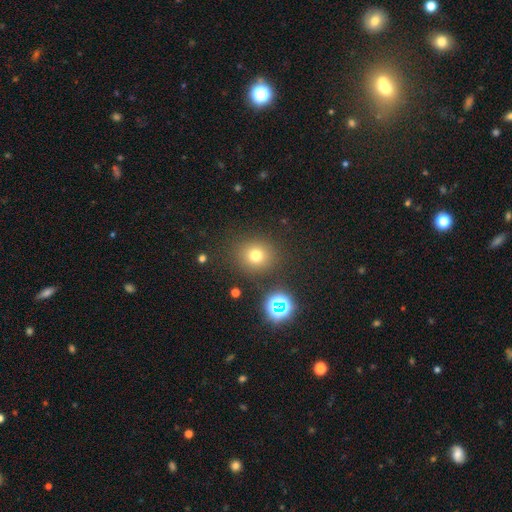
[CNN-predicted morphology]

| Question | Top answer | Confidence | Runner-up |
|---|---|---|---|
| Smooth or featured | smooth | 73% | star or artifact (19%) |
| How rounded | round | 87% | in between (12%) |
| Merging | none | 85% | minor disturbance (8%) |